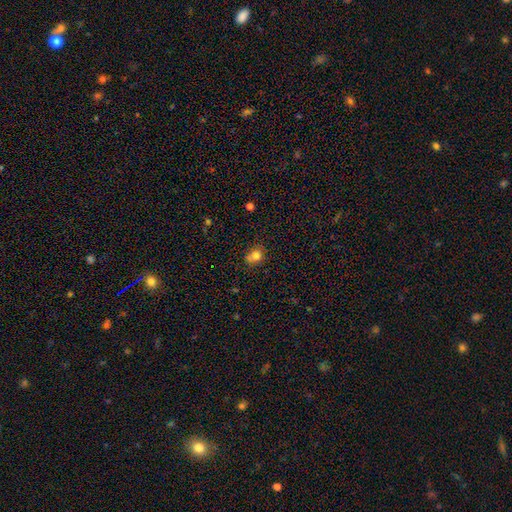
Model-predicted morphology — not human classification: Smooth or featured? smooth (79%)
How rounded? round (68%)
Merging? none (59%)